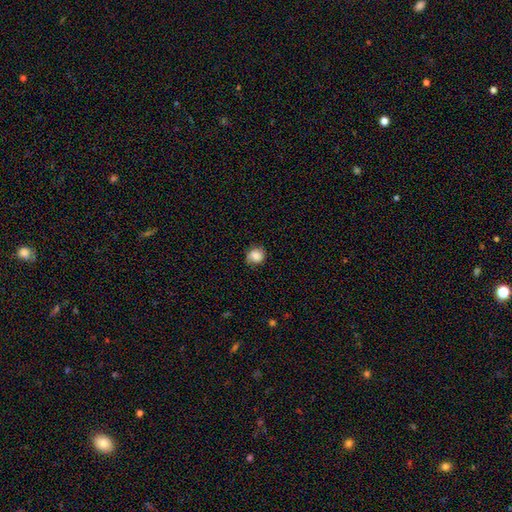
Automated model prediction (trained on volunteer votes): Smooth or featured?
  - smooth: 80% *
  - featured or disk: 11%
  - star or artifact: 9%
How rounded?
  - round: 74% *
  - in between: 25%
  - cigar-shaped: 1%
Merging?
  - none: 72% *
  - minor disturbance: 22%
  - major disturbance: 5%
  - merger: 1%